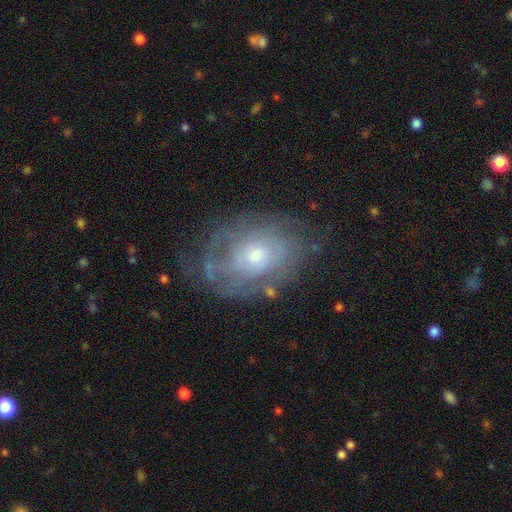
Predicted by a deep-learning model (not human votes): Morphology: type=featured or disk (66%); edge-on=no (95%); bar=no (82%); spiral arms=yes (57%); bulge=moderate (51%); merging=none (63%).